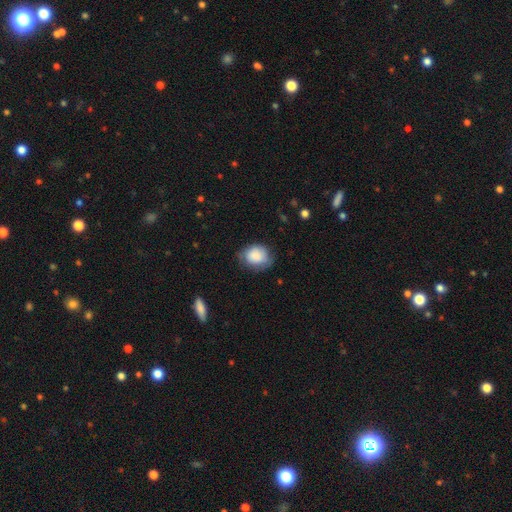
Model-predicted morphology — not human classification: smooth 84%, featured or disk 10%, star or artifact 7%. Down the decision tree: how rounded — round (52%); merging — none (62%).